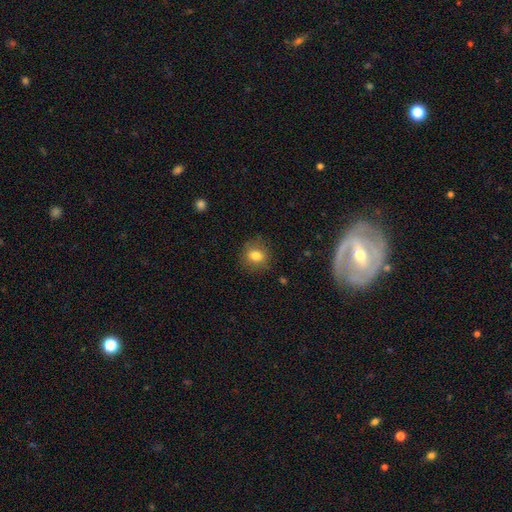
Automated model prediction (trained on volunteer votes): This is likely a smooth galaxy (79%). How rounded: likely round (71%). Merging: clearly none (83%).